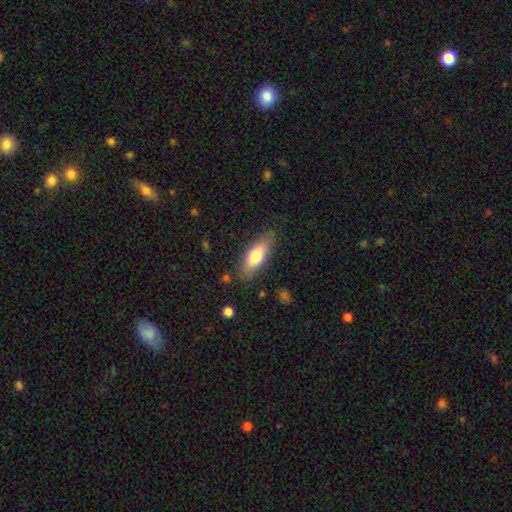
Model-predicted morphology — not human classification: Overall: smooth (70%). How rounded: in between (64%; cigar-shaped 34%). Merging: none (81%).